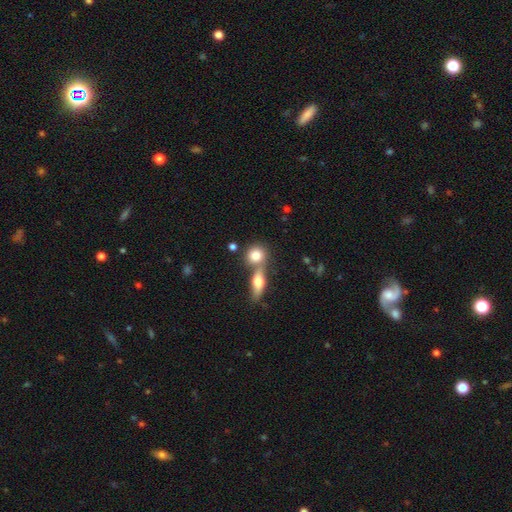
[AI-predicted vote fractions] smooth 79%, featured or disk 13%, star or artifact 8%. Down the decision tree: how rounded — round (68%); merging — none (47%).